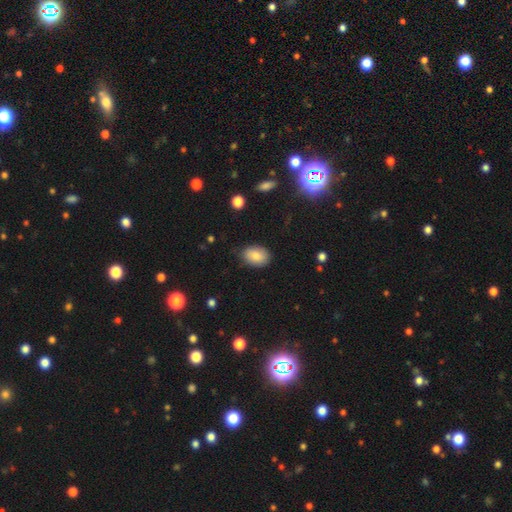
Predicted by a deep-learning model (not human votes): This appears to be a smooth galaxy with no disk features (82%) that is in between round and cigar-shaped (84%). Merging: none (80%).